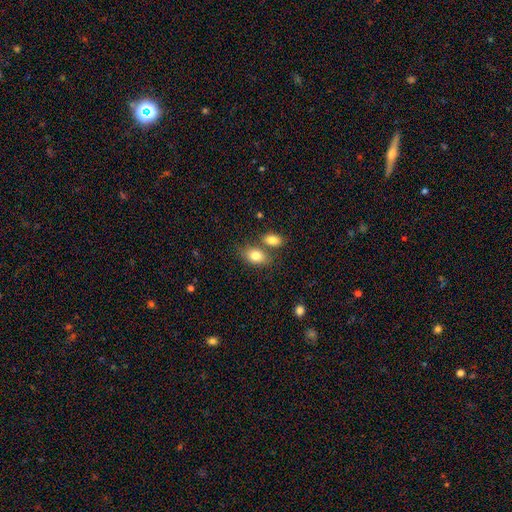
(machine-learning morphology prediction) Smooth or featured?
  - smooth: 81% *
  - featured or disk: 11%
  - star or artifact: 8%
How rounded?
  - in between: 83% *
  - round: 15%
  - cigar-shaped: 2%
Merging?
  - none: 56% *
  - merger: 28%
  - minor disturbance: 12%
  - major disturbance: 3%